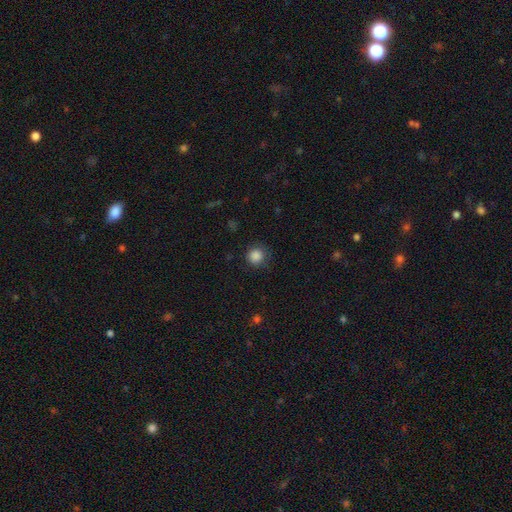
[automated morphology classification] smooth 86%, star or artifact 10%, featured or disk 4%. Down the decision tree: how rounded — round (93%); merging — none (81%).